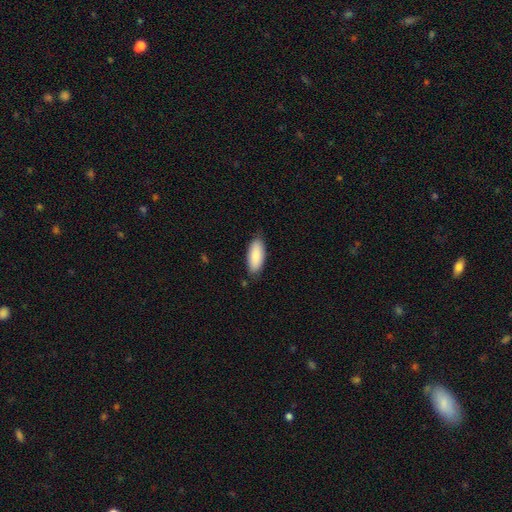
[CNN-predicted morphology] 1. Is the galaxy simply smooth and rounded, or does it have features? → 87% smooth, 7% featured or disk, 6% star or artifact.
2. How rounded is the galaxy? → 80% in between, 19% cigar-shaped, 2% round.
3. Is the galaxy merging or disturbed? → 83% none, 14% minor disturbance, 2% major disturbance, 1% merger.